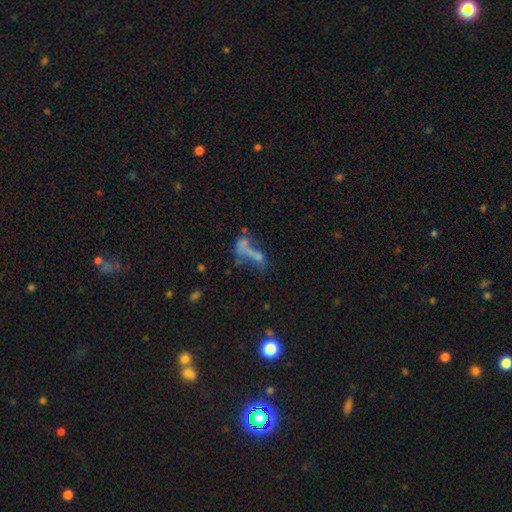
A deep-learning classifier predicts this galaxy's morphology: Q: Smooth or featured?
A: smooth (43%); runner-up: featured or disk (38%)
Q: Merging?
A: merger (38%); runner-up: major disturbance (31%)